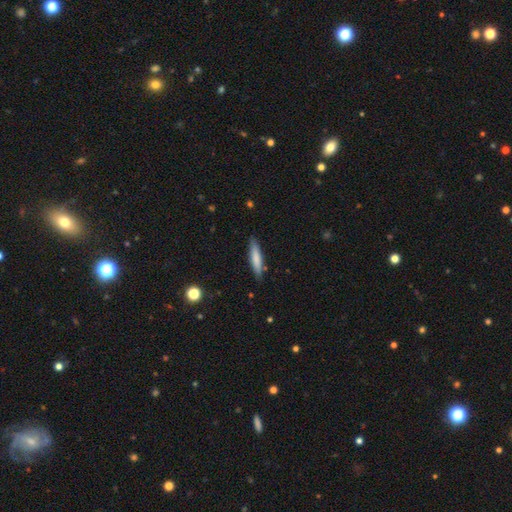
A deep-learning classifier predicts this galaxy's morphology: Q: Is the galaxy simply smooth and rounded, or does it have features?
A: smooth — 72%.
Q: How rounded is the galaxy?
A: cigar-shaped — 88%.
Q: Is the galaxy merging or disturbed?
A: none — 88%.